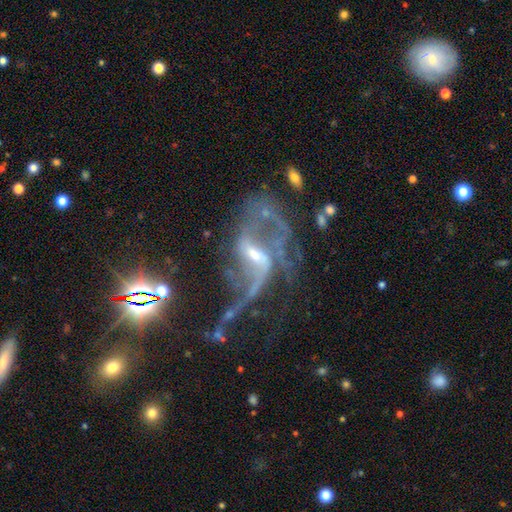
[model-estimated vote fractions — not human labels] A featured or disk galaxy (84%) with a weak bar (47%), 2 (64%) loose (74%) spiral arms (86%) and a small central bulge (46%).

Vote fractions:
- Smooth or featured? featured or disk: 84% / star or artifact: 10% / smooth: 6%
- Edge-on disk? no: 96% / yes: 4%
- Bar? weak: 47% / strong: 31% / no: 21%
- Spiral arms? yes: 86% / no: 14%
- Spiral winding? loose: 74% / medium: 21% / tight: 5%
- Spiral arm count? 2: 64% / can't tell: 13% / 1: 9% / 3: 7% / 4: 4% / more than 4: 3%
- Bulge size? small: 46% / moderate: 39% / none: 9% / large: 4% / dominant: 1%
- Merging? major disturbance: 44% / none: 27% / merger: 16% / minor disturbance: 14%